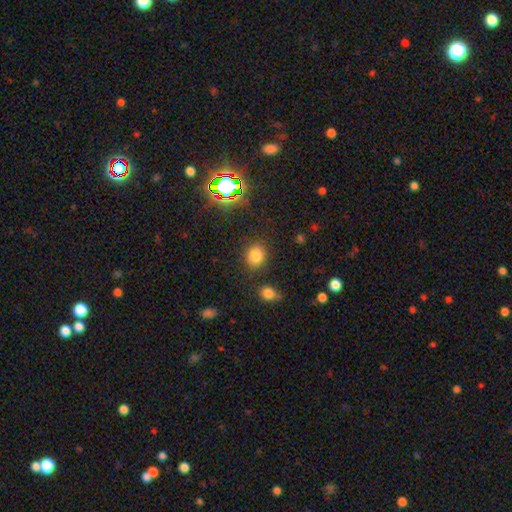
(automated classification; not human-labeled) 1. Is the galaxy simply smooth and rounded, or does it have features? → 78% smooth, 16% star or artifact, 6% featured or disk.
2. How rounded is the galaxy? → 69% round, 29% in between, 1% cigar-shaped.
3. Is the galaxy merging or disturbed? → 83% none, 10% minor disturbance, 4% major disturbance, 3% merger.